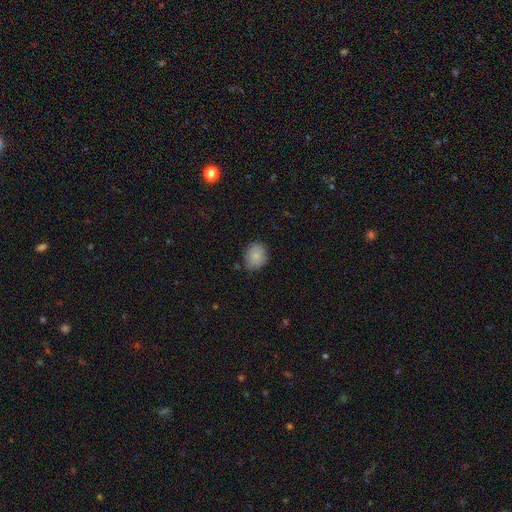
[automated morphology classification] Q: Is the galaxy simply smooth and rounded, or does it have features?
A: smooth — 84%.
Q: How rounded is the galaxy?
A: round — 53%.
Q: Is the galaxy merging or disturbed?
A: none — 75%.